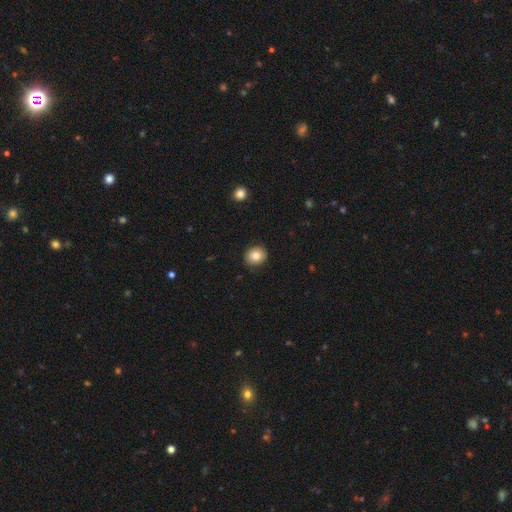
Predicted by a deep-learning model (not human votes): A smooth galaxy with no disk features (84%) that is round (79%). Merging: none (88%).